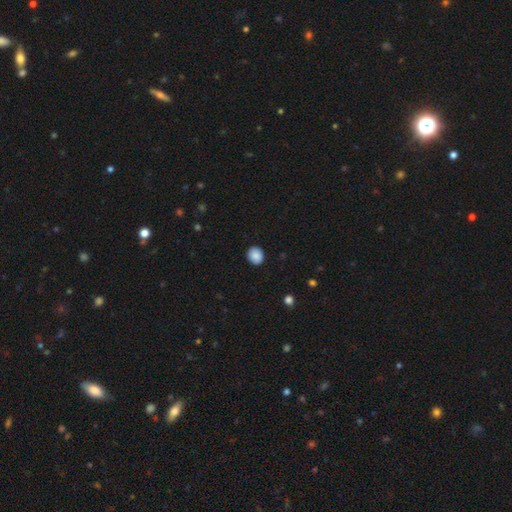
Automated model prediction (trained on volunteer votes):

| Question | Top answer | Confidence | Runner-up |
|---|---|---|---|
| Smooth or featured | smooth | 88% | star or artifact (8%) |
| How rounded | round | 76% | in between (23%) |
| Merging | none | 88% | minor disturbance (9%) |